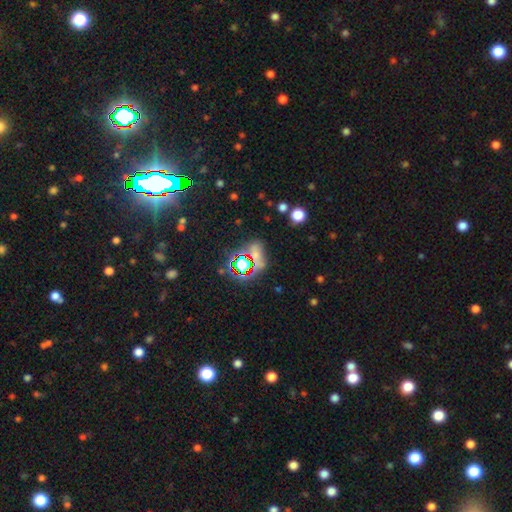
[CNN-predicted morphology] A star or artifact, not a galaxy (51%).

Vote fractions:
- Smooth or featured? star or artifact: 51% / smooth: 38% / featured or disk: 10%